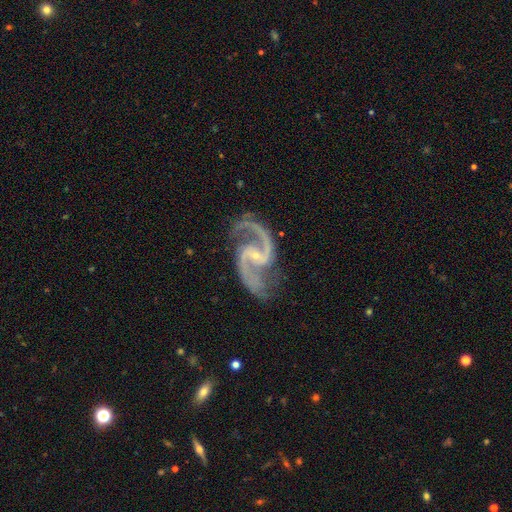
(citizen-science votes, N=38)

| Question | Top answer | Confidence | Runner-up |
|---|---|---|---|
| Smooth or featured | featured or disk | 100% | — |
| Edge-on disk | no | 100% | — |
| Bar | no | 45% | weak (42%) |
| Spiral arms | yes | 100% | — |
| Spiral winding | medium | 63% | loose (37%) |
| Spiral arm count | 2 | 100% | — |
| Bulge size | small | 89% | moderate (11%) |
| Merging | none | 68% | minor disturbance (24%) |